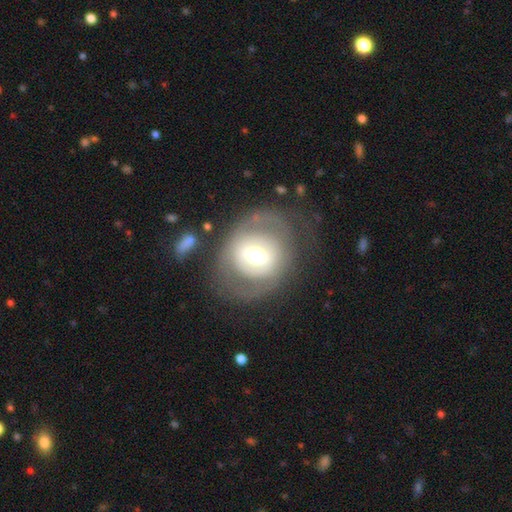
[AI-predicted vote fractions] This is possibly a featured or disk galaxy (54%). It is clearly not viewed edge-on (95%). Bar: possibly no (52%). Spiral arm pattern: likely no (71%). Central bulge: likely moderate (62%). Merging: likely none (67%).